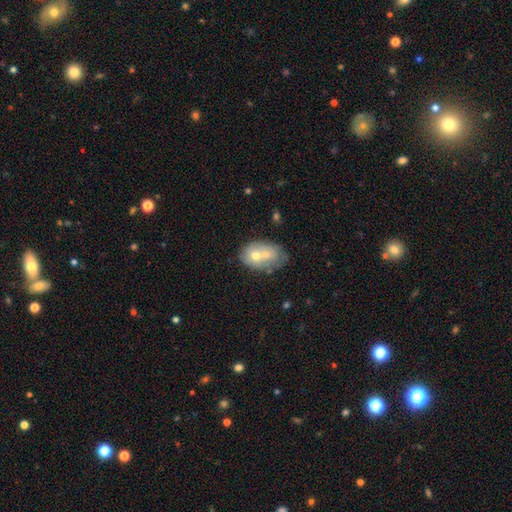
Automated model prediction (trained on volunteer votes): This is possibly a smooth galaxy (57%). How rounded: likely in between (78%). Merging: possibly merger (48%).